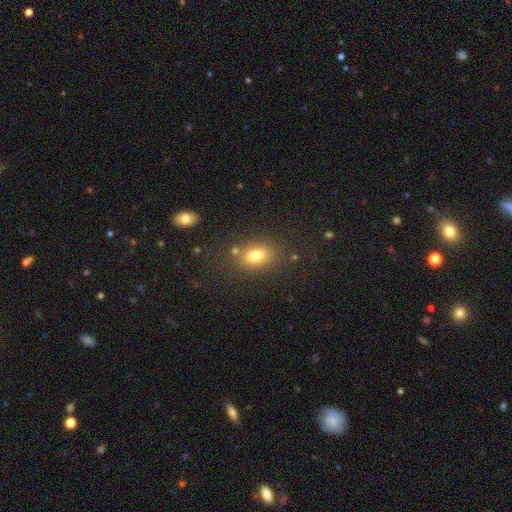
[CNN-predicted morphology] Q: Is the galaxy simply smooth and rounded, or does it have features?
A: smooth — 78%.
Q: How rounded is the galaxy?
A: in between — 73%.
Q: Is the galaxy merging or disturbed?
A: none — 76%.